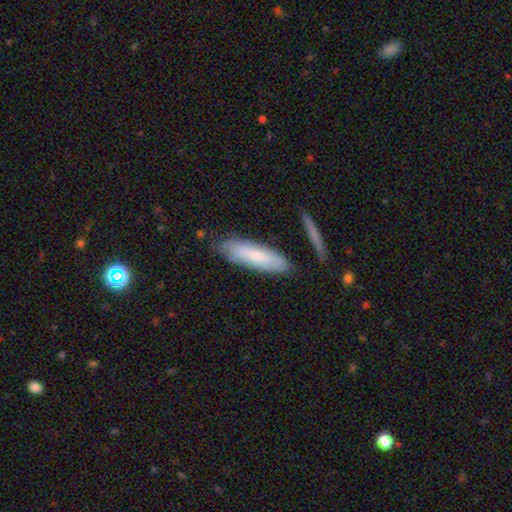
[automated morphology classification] A smooth galaxy with no disk features (66%) that is cigar-shaped (56%). Merging: none (74%).